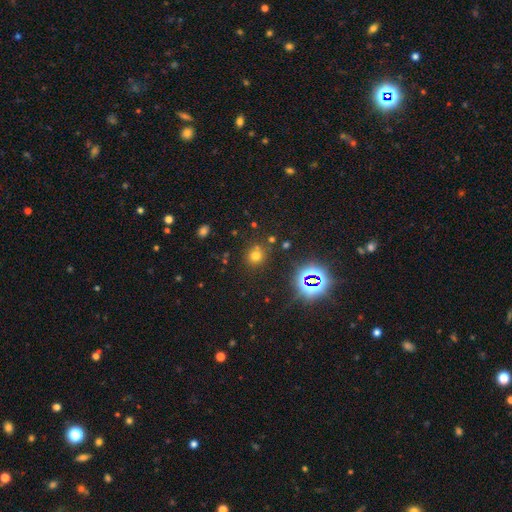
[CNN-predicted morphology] A smooth galaxy with no disk features (63%) that is round (85%).

Vote fractions:
- Smooth or featured? smooth: 63% / star or artifact: 28% / featured or disk: 8%
- How rounded? round: 85% / in between: 14% / cigar-shaped: 1%
- Merging? none: 77% / minor disturbance: 11% / merger: 8% / major disturbance: 4%